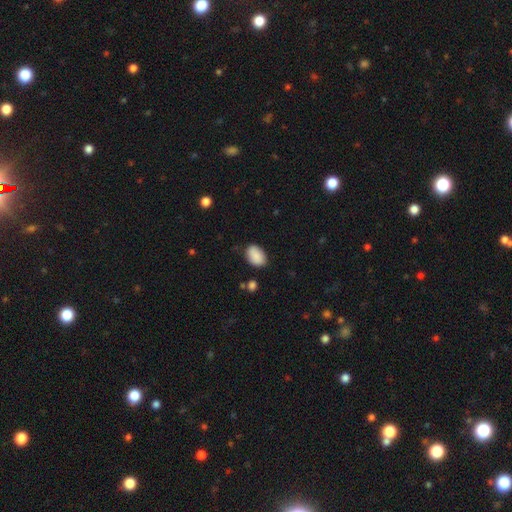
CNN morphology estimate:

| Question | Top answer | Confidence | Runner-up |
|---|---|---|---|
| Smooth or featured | smooth | 89% | star or artifact (7%) |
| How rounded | in between | 87% | round (12%) |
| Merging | none | 80% | minor disturbance (14%) |